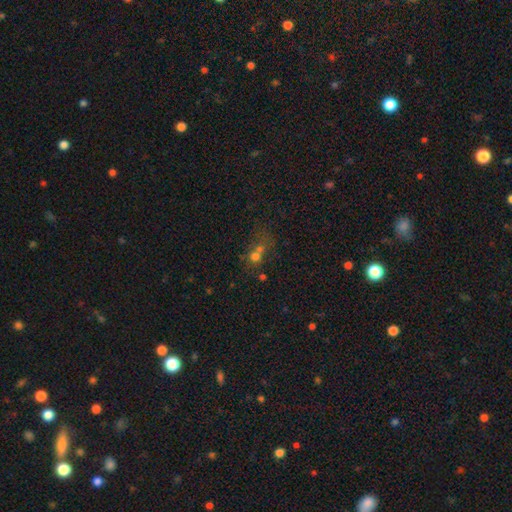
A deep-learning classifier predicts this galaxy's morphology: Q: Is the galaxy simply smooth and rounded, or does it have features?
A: smooth — 56%.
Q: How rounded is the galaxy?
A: round — 69%.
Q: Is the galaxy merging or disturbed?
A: merger — 47%.